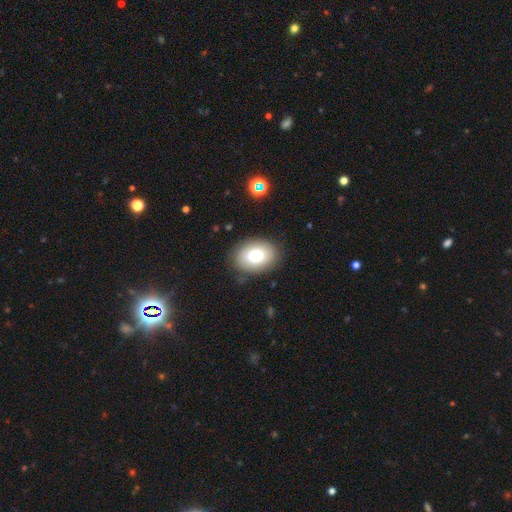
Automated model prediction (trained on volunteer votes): This is likely a smooth galaxy (78%). How rounded: likely in between (74%). Merging: clearly none (84%).